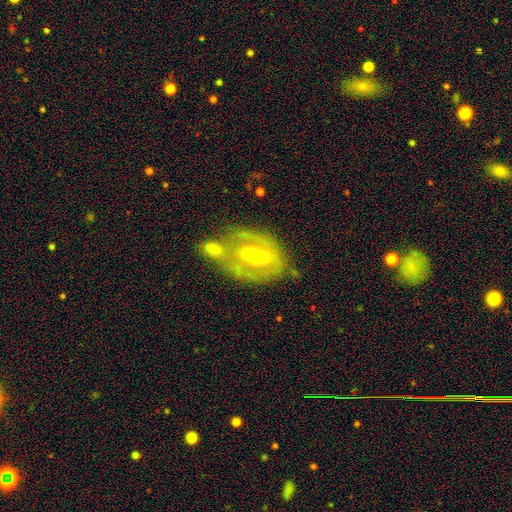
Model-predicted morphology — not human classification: This is likely a featured or disk galaxy (73%). It is clearly not viewed edge-on (93%). Bar: marginally strong (37%). Spiral arm pattern: possibly yes (53%). Central bulge: possibly moderate (58%). Merging: possibly none (46%).